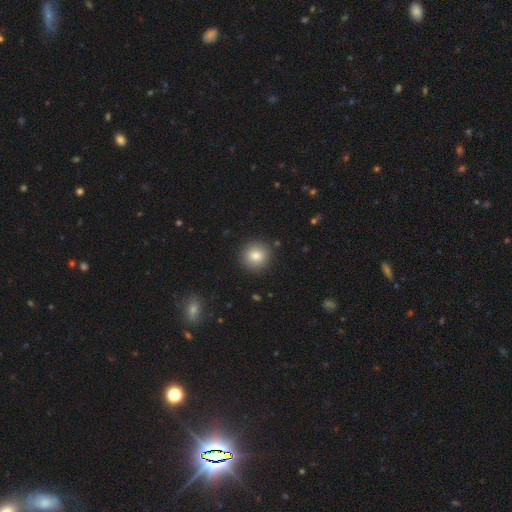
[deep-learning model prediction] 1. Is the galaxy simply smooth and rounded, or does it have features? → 84% smooth, 9% star or artifact, 7% featured or disk.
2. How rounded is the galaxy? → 92% round, 7% in between, 1% cigar-shaped.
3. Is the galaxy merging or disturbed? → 90% none, 6% minor disturbance, 2% major disturbance, 1% merger.